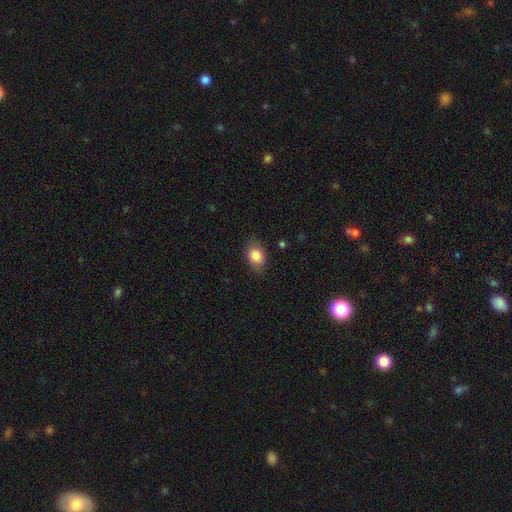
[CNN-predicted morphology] Smooth or featured? Predicted: smooth (p=0.85). How rounded? Predicted: in between (p=0.75). Merging? Predicted: none (p=0.80).